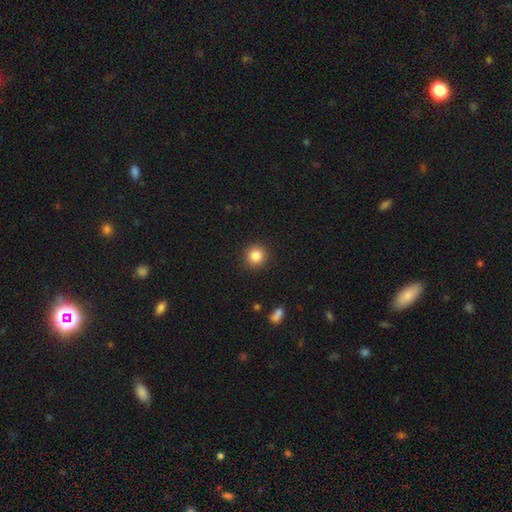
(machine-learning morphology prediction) Smooth or featured: smooth — 85% (star or artifact — 10%)
How rounded: round — 92% (in between — 7%)
Merging: none — 92% (minor disturbance — 5%)